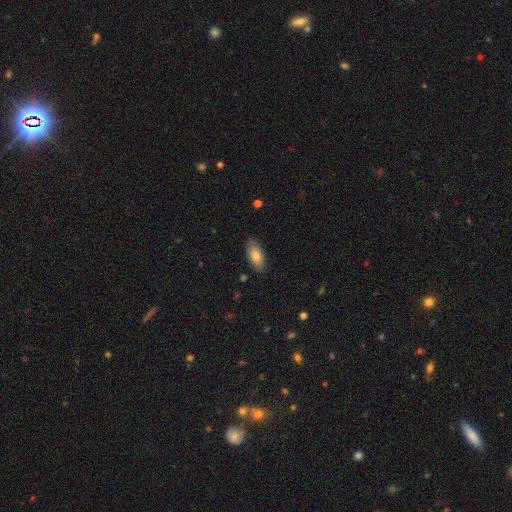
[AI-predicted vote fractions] Smooth or featured? smooth (78%)
How rounded? in between (89%)
Merging? none (85%)